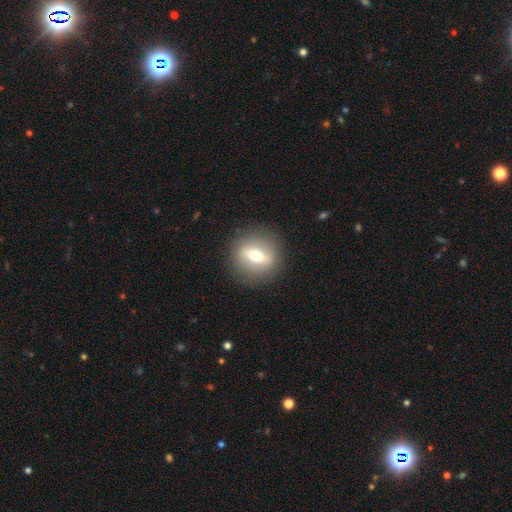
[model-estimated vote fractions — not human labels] featured or disk 47%, smooth 44%, star or artifact 8%. Down the decision tree: merging — none (88%).